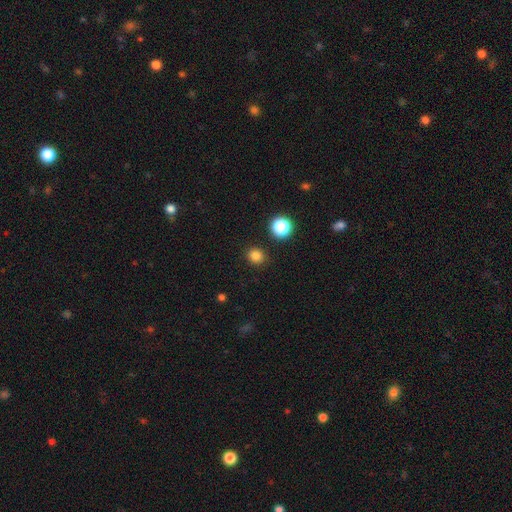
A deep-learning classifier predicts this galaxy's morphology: smooth 82%, star or artifact 14%, featured or disk 4%. Down the decision tree: how rounded — round (79%); merging — none (89%).